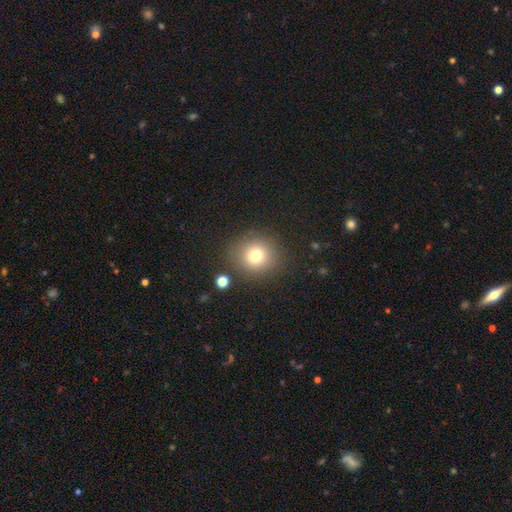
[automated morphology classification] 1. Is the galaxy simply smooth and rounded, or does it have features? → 76% smooth, 14% star or artifact, 10% featured or disk.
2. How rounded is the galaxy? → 87% round, 12% in between, 1% cigar-shaped.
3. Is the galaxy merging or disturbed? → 86% none, 8% minor disturbance, 4% major disturbance, 3% merger.